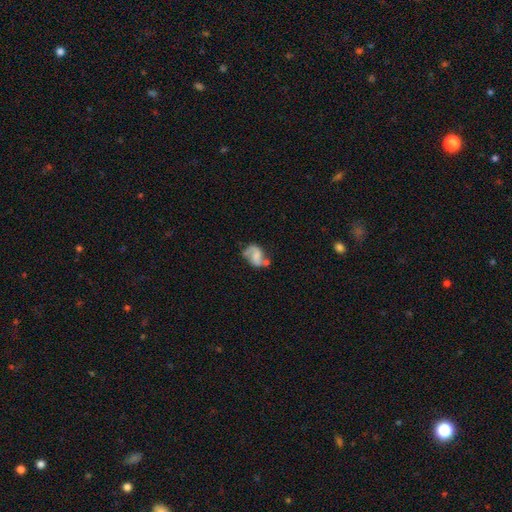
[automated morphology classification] The model was most divided on "bar": no: 46%, weak: 38%, strong: 15%. Remaining: edge-on disk — no (98%); spiral arms — yes (84%); spiral arm count — 2 (77%); smooth or featured — featured or disk (62%); spiral winding — loose (48%); bulge size — none (43%); merging — none (40%).